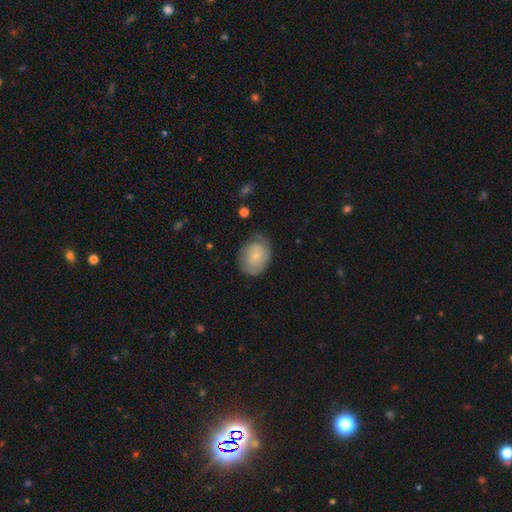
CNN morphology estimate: Smooth or featured: smooth — 57% (featured or disk — 36%)
How rounded: in between — 58% (round — 41%)
Merging: none — 58% (minor disturbance — 29%)